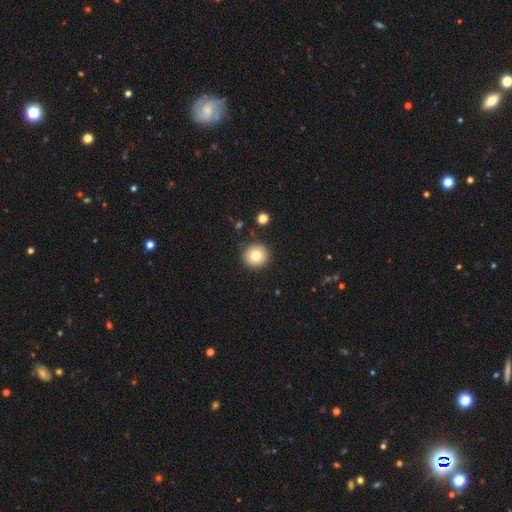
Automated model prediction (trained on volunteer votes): Smooth or featured?
  - smooth: 79% *
  - featured or disk: 11%
  - star or artifact: 10%
How rounded?
  - round: 95% *
  - in between: 4%
  - cigar-shaped: 1%
Merging?
  - none: 90% *
  - minor disturbance: 6%
  - major disturbance: 2%
  - merger: 2%